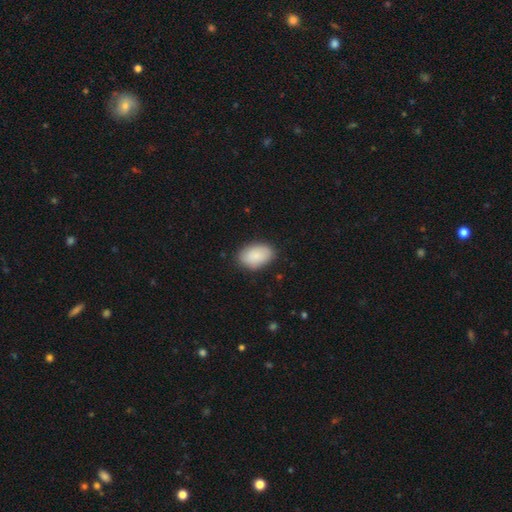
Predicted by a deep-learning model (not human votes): smooth 89%, star or artifact 6%, featured or disk 6%. Down the decision tree: how rounded — in between (90%); merging — none (84%).